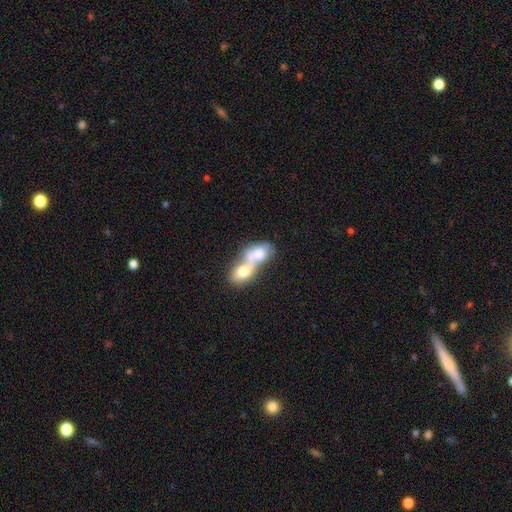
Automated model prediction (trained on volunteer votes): Smooth or featured? smooth (65%)
How rounded? in between (73%)
Merging? merger (84%)